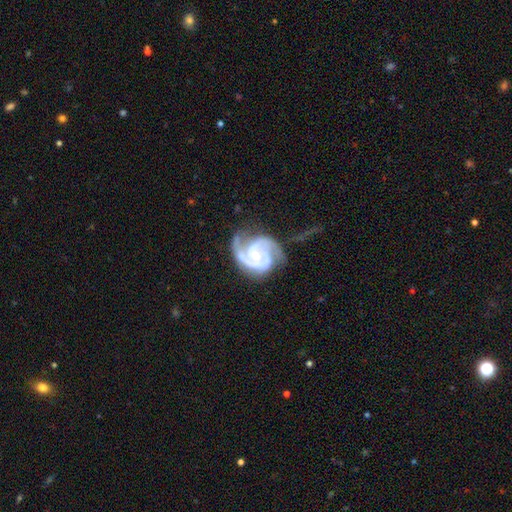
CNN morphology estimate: Smooth or featured: featured or disk — 92% (smooth — 4%)
Edge-on disk: no — 98% (yes — 2%)
Bar: no — 61% (weak — 30%)
Spiral arms: yes — 98% (no — 2%)
Spiral winding: tight — 49% (medium — 43%)
Spiral arm count: 2 — 45% (3 — 35%)
Bulge size: small — 64% (moderate — 30%)
Merging: none — 51% (minor disturbance — 24%)